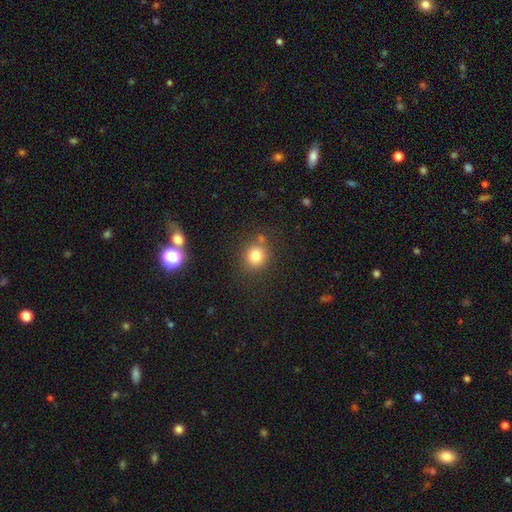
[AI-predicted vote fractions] Smooth or featured?
  - smooth: 80% *
  - star or artifact: 13%
  - featured or disk: 7%
How rounded?
  - round: 86% *
  - in between: 13%
  - cigar-shaped: 1%
Merging?
  - none: 76% *
  - minor disturbance: 12%
  - merger: 9%
  - major disturbance: 4%